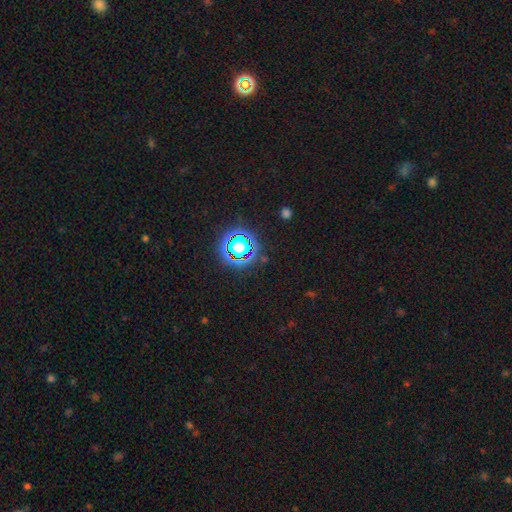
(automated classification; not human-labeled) star or artifact 81%, smooth 12%, featured or disk 7%.